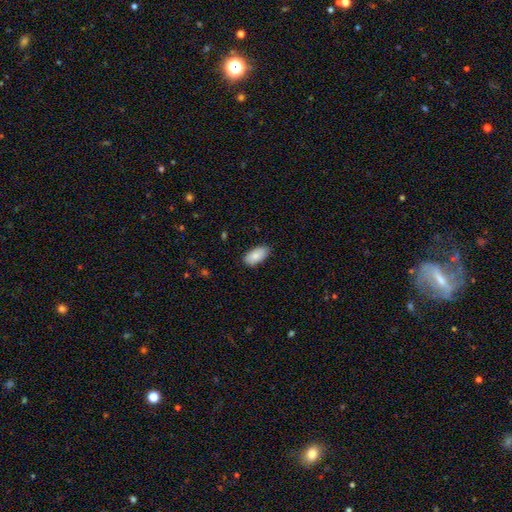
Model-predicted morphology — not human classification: smooth 86%, featured or disk 8%, star or artifact 6%. Down the decision tree: how rounded — in between (95%); merging — none (83%).